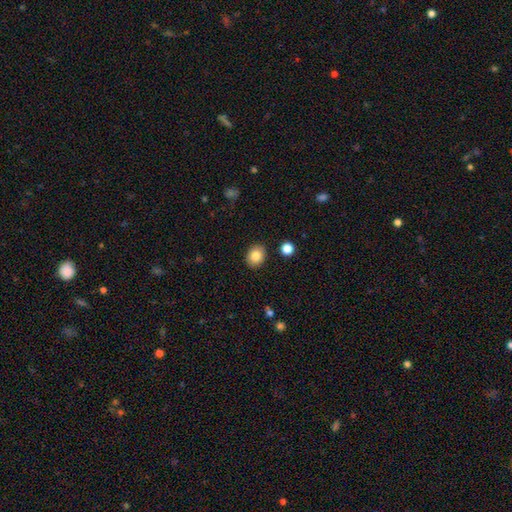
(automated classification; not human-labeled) smooth-or-featured: smooth: 85% | star or artifact: 9% | featured or disk: 7%
  how-rounded: round: 52% | in between: 47% | cigar-shaped: 1%
  merging: none: 89% | minor disturbance: 7% | major disturbance: 2% | merger: 2%